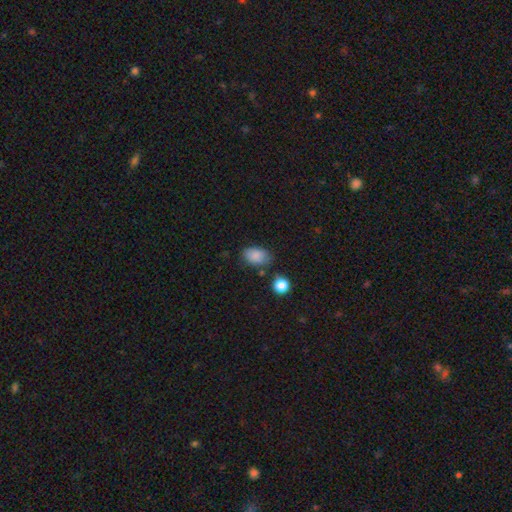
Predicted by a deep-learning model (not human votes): Smooth or featured?
  - smooth: 85% *
  - star or artifact: 9%
  - featured or disk: 6%
How rounded?
  - in between: 85% *
  - round: 14%
  - cigar-shaped: 1%
Merging?
  - none: 70% *
  - minor disturbance: 20%
  - merger: 5%
  - major disturbance: 5%